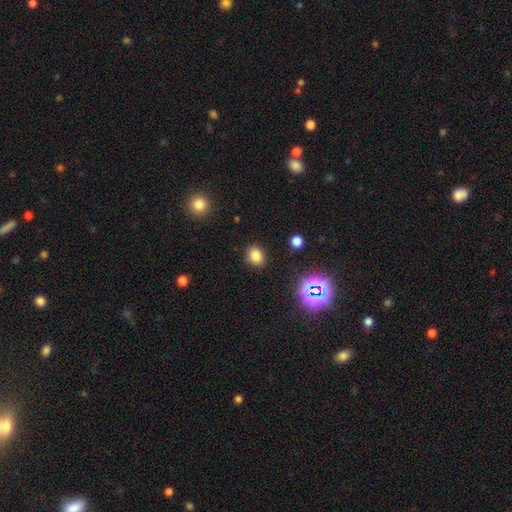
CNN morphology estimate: Q: Smooth or featured?
A: smooth (79%); runner-up: star or artifact (16%)
Q: How rounded?
A: in between (54%); runner-up: round (45%)
Q: Merging?
A: none (85%); runner-up: minor disturbance (10%)